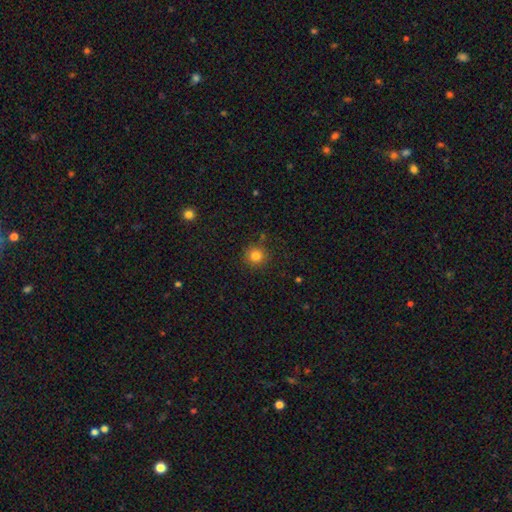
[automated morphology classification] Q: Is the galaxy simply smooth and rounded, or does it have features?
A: smooth — 81%.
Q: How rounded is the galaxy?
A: round — 93%.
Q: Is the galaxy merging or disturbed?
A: none — 87%.